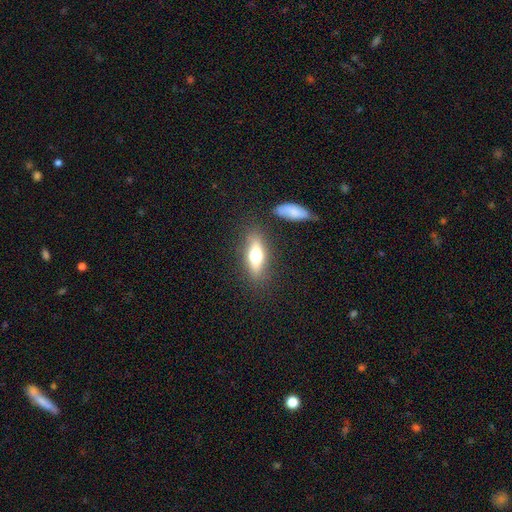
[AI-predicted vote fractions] smooth_or_featured: smooth (p=0.55) [alt: featured or disk p=0.38]
how_rounded: in between (p=0.54) [alt: cigar-shaped p=0.42]
merging: none (p=0.79) [alt: minor disturbance p=0.12]